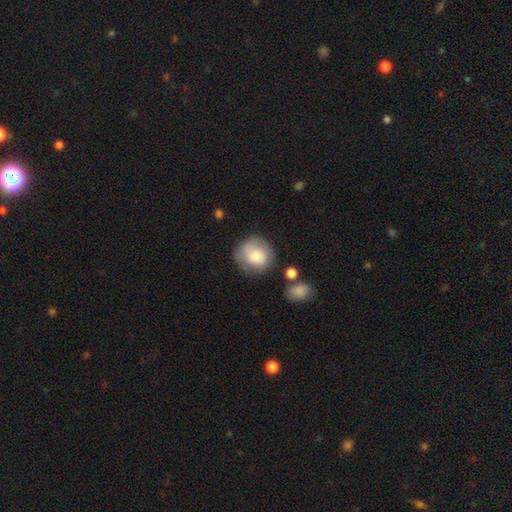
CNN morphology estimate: The model was most divided on "merging": none: 69%, minor disturbance: 19%, major disturbance: 7%, merger: 5%. More confident: how rounded — round (87%); smooth or featured — smooth (74%).